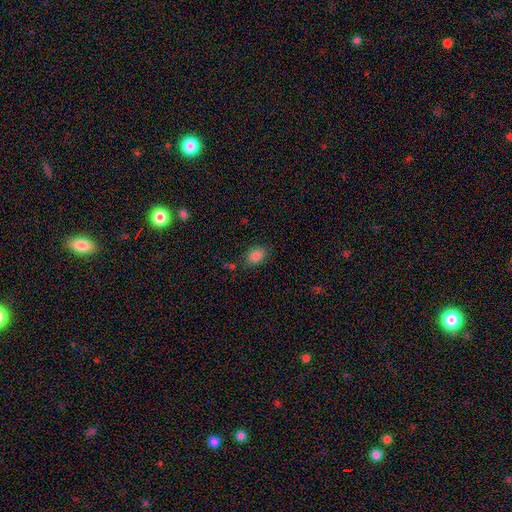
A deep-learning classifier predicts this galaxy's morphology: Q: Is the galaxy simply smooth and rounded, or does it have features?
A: smooth — 84%.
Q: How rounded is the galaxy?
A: in between — 76%.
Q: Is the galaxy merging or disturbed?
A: none — 80%.